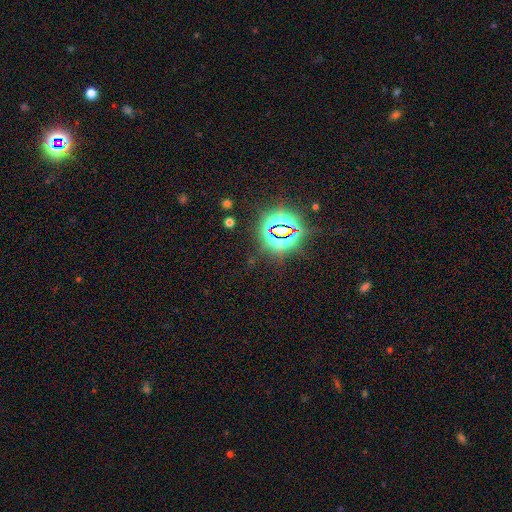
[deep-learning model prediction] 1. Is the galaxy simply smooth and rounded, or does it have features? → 81% star or artifact, 11% smooth, 8% featured or disk.